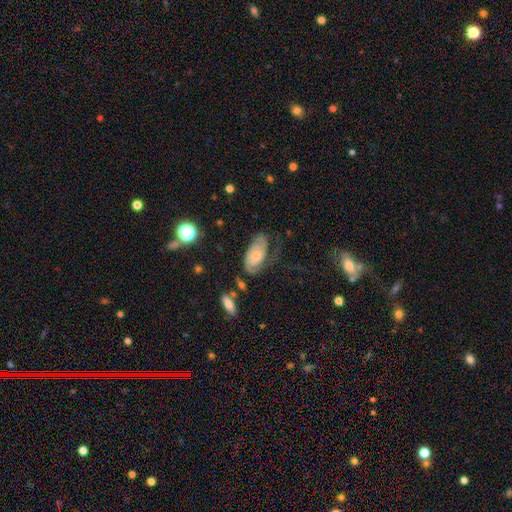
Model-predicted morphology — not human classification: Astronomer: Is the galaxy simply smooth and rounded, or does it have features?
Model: featured or disk — 64%.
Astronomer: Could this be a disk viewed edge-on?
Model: no — 94%.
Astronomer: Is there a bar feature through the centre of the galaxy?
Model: no — 76%.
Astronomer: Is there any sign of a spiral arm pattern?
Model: yes — 88%.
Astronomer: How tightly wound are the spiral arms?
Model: tight — 51% (runner-up: medium, 33%).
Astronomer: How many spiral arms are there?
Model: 2 — 52%.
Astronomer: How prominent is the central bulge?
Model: small — 50% (runner-up: moderate, 38%).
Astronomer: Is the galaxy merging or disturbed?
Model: none — 50%.